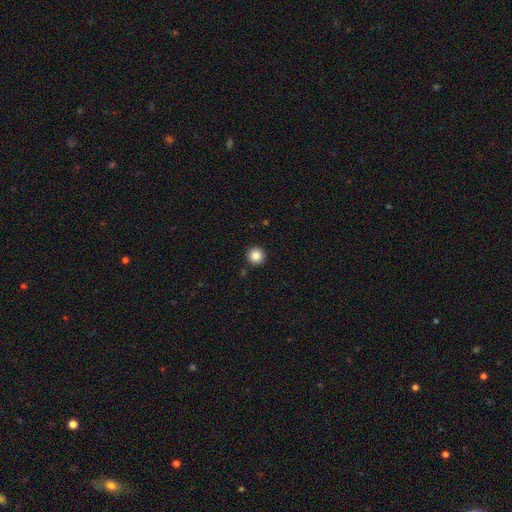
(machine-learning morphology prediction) smooth 86%, star or artifact 10%, featured or disk 4%. Down the decision tree: how rounded — round (96%); merging — none (92%).